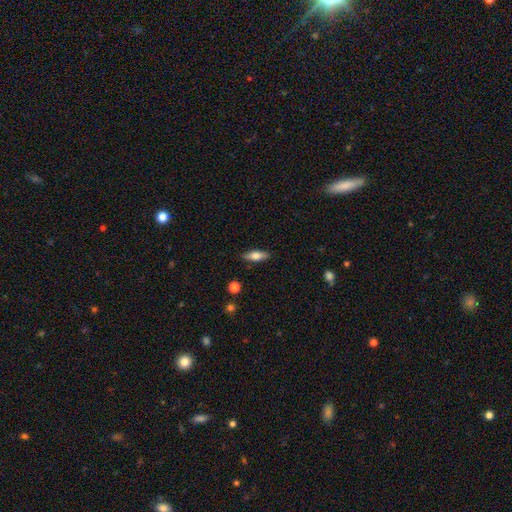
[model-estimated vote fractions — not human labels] A smooth galaxy with no disk features (71%) that is in between round and cigar-shaped (65%).

Vote fractions:
- Smooth or featured? smooth: 71% / featured or disk: 22% / star or artifact: 7%
- How rounded? in between: 65% / cigar-shaped: 32% / round: 3%
- Merging? none: 87% / minor disturbance: 10% / major disturbance: 2% / merger: 1%